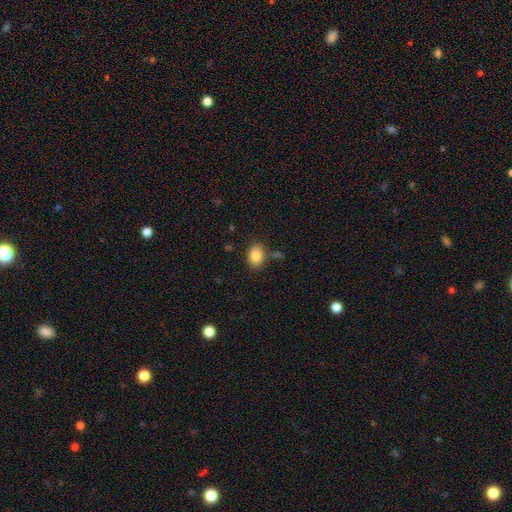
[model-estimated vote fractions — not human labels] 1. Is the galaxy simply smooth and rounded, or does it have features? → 86% smooth, 8% star or artifact, 6% featured or disk.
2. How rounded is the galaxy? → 77% in between, 22% round, 1% cigar-shaped.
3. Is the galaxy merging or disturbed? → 79% none, 12% minor disturbance, 6% merger, 4% major disturbance.